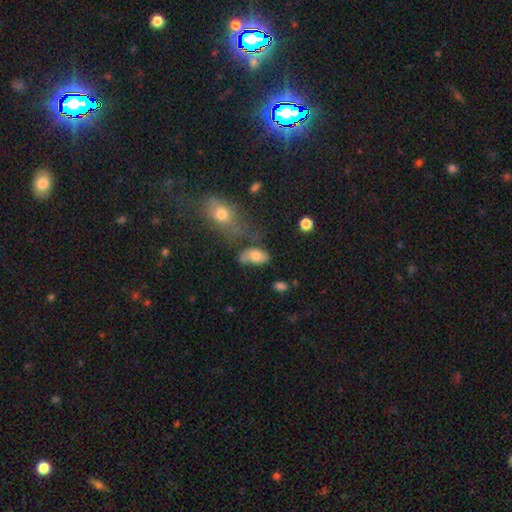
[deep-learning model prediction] Smooth or featured: smooth — 72% (featured or disk — 19%)
How rounded: in between — 91% (round — 6%)
Merging: none — 42% (minor disturbance — 26%)